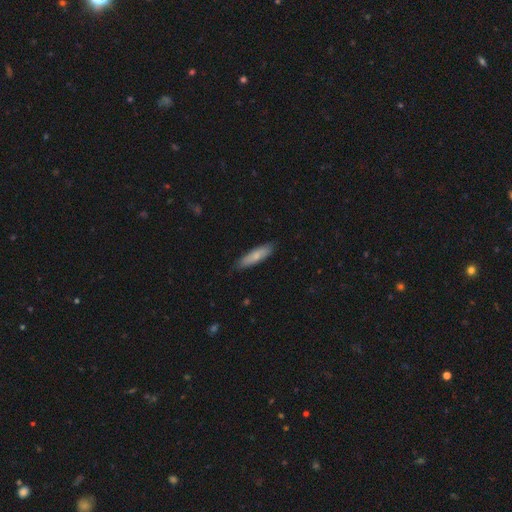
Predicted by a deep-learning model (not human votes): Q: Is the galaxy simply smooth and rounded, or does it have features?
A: smooth — 76%.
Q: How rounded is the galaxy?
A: cigar-shaped — 69%.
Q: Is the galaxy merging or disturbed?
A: none — 82%.